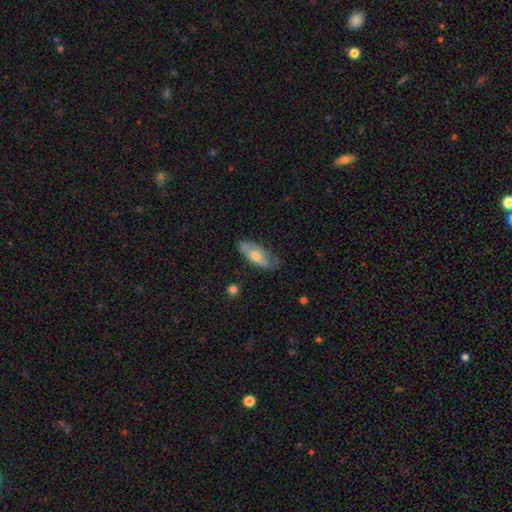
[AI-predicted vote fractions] This appears to be a smooth galaxy with no disk features (53%) that is in between round and cigar-shaped (73%). Merging: none (69%).